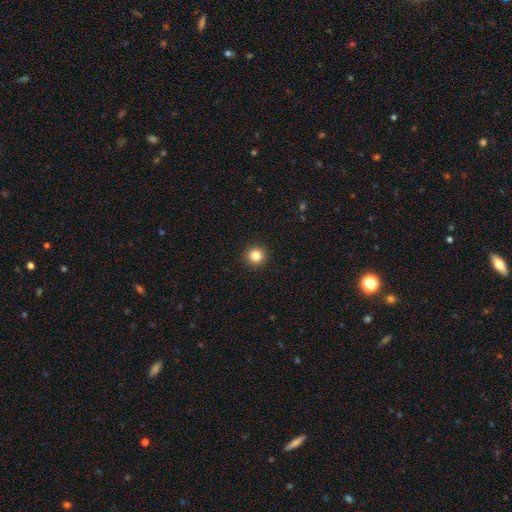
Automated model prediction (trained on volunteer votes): Smooth or featured: smooth — 84% (star or artifact — 11%)
How rounded: round — 95% (in between — 4%)
Merging: none — 93% (minor disturbance — 4%)